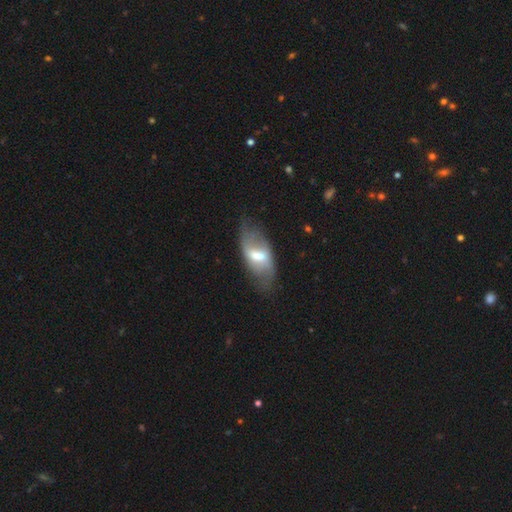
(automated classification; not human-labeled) featured or disk 58%, smooth 35%, star or artifact 7%. Down the decision tree: edge-on disk — no (84%); merging — none (63%).